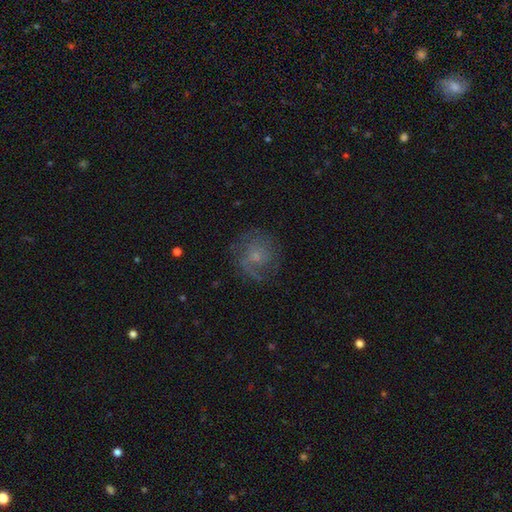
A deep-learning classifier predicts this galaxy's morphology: Smooth or featured?
  - featured or disk: 58% *
  - smooth: 31%
  - star or artifact: 12%
Edge-on disk?
  - no: 97% *
  - yes: 3%
Bar?
  - no: 77% *
  - weak: 21%
  - strong: 3%
Spiral arms?
  - yes: 83% *
  - no: 17%
Bulge size?
  - small: 66% *
  - moderate: 22%
  - none: 9%
  - large: 2%
  - dominant: 1%
Merging?
  - none: 69% *
  - minor disturbance: 18%
  - major disturbance: 12%
  - merger: 1%